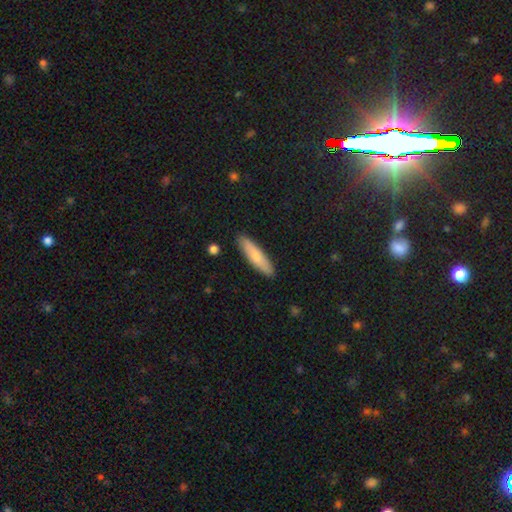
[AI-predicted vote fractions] The model was most divided on "how rounded": cigar-shaped: 75%, in between: 23%, round: 2%. More confident: merging — none (89%); smooth or featured — smooth (76%).